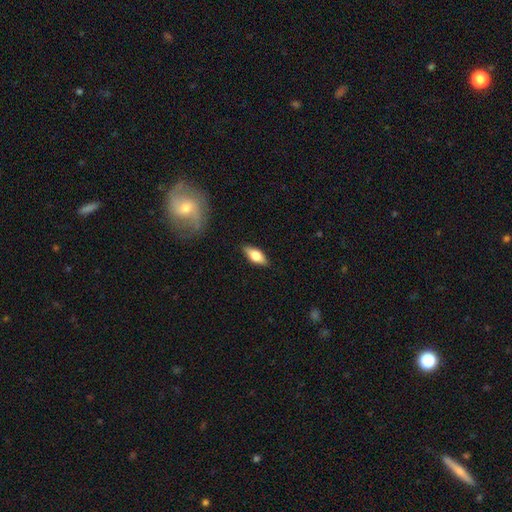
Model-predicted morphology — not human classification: type=smooth (65%); roundness=in between (80%); merging=none (87%).